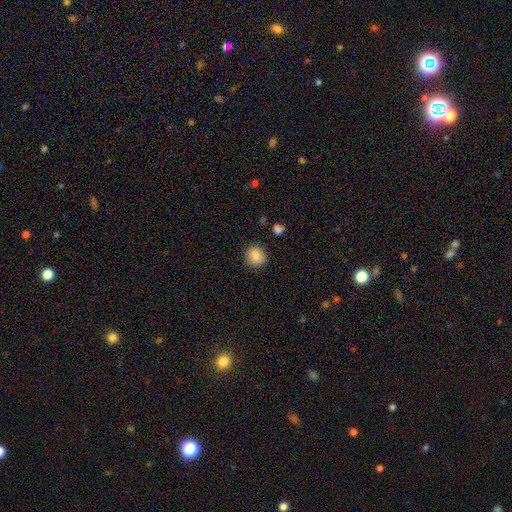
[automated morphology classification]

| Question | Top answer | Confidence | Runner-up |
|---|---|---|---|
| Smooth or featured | smooth | 87% | star or artifact (9%) |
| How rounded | round | 87% | in between (12%) |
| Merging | none | 88% | minor disturbance (8%) |